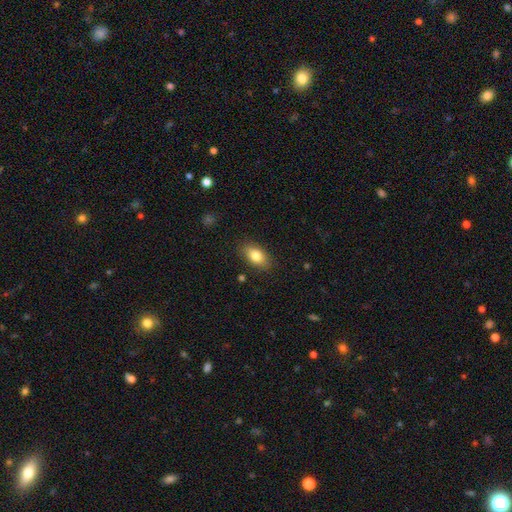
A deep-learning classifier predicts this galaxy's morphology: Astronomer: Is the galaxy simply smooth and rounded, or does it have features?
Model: smooth — 81%.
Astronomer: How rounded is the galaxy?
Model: in between — 88%.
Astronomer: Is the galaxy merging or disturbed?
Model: none — 85%.